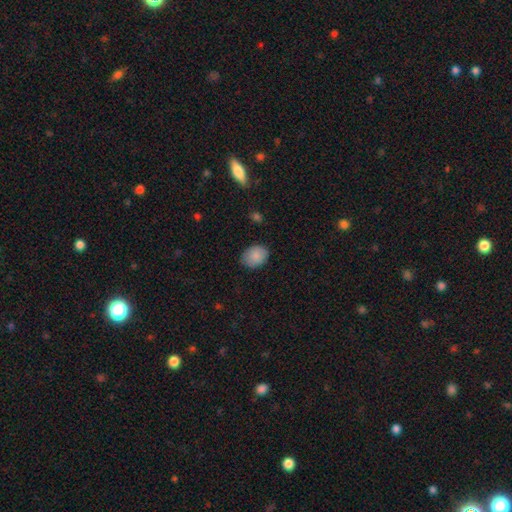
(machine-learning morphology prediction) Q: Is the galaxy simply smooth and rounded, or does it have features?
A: smooth — 88%.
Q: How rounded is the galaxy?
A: in between — 62%.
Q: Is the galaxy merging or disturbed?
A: none — 82%.